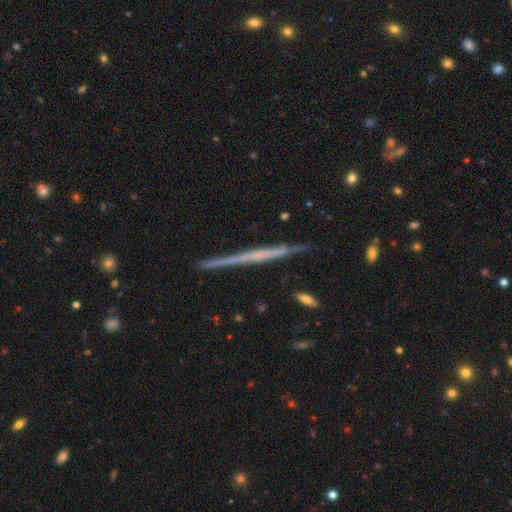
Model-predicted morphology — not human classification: type=featured or disk (65%); edge-on=yes (98%); edge-on bulge=none (83%); merging=none (90%).